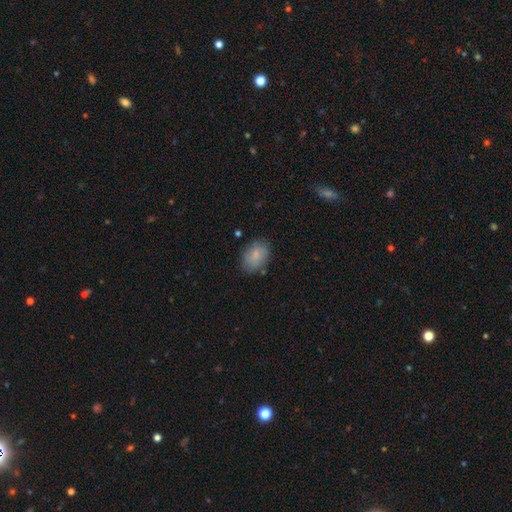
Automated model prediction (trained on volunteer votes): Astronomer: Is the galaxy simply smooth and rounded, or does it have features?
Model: smooth — 81%.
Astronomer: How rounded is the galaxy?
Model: in between — 81%.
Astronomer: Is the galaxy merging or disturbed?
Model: none — 78%.